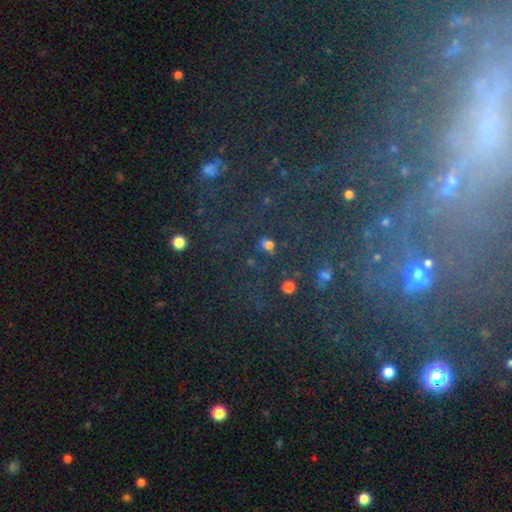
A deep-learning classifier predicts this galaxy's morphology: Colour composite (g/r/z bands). It shows a star or artifact, not a galaxy (50%).